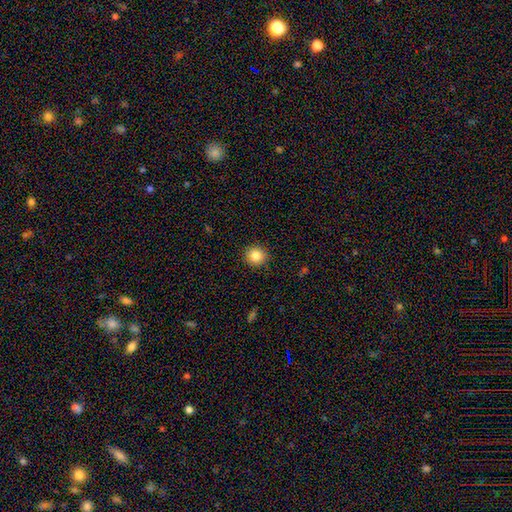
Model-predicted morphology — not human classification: Smooth or featured? Predicted: smooth (p=0.84). How rounded? Predicted: round (p=0.90). Merging? Predicted: none (p=0.91).